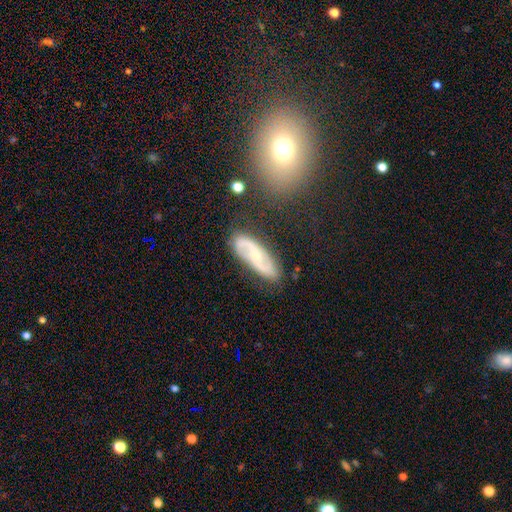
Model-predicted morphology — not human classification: A featured or disk galaxy (81%) with no bar (42%), 2 (91%) loose (43%) spiral arms (94%) and a small central bulge (63%).

Vote fractions:
- Smooth or featured? featured or disk: 81% / smooth: 13% / star or artifact: 6%
- Edge-on disk? no: 91% / yes: 9%
- Bar? no: 42% / weak: 37% / strong: 21%
- Spiral arms? yes: 94% / no: 6%
- Spiral winding? loose: 43% / medium: 40% / tight: 17%
- Spiral arm count? 2: 91% / can't tell: 5% / 1: 2% / 3: 1% / 4: 1% / more than 4: 1%
- Bulge size? small: 63% / moderate: 32% / none: 3% / large: 1% / dominant: 1%
- Merging? none: 81% / minor disturbance: 13% / major disturbance: 4% / merger: 2%